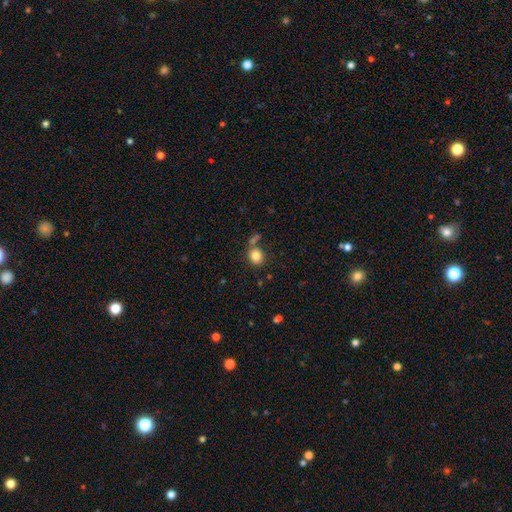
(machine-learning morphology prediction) Overall: smooth (82%). How rounded: round (77%). Merging: none (68%).